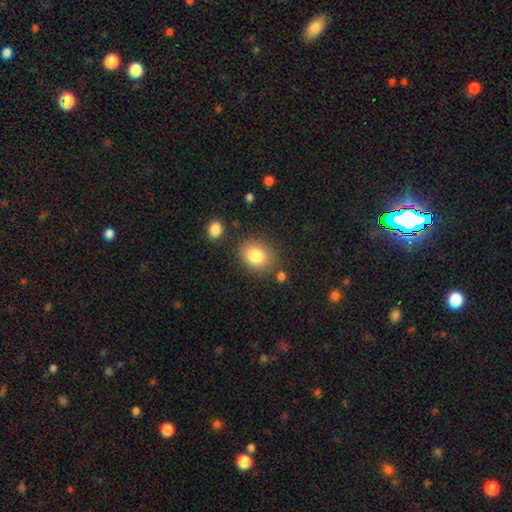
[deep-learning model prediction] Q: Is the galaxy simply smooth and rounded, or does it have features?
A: smooth — 84%.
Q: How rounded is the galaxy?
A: in between — 52%.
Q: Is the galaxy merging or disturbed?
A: none — 77%.